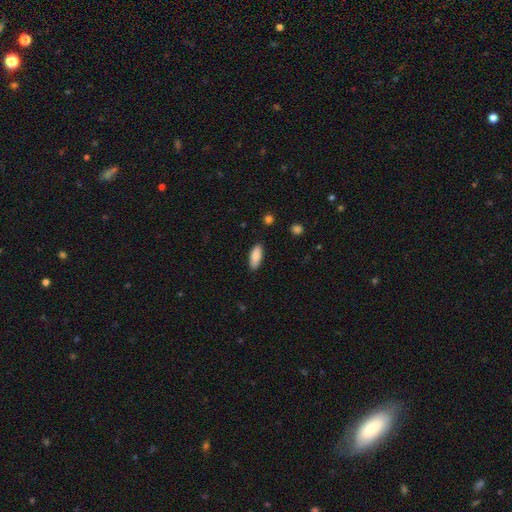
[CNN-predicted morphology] The model was most divided on "how rounded": in between: 79%, cigar-shaped: 19%, round: 2%. More confident: smooth or featured — smooth (88%); merging — none (87%).